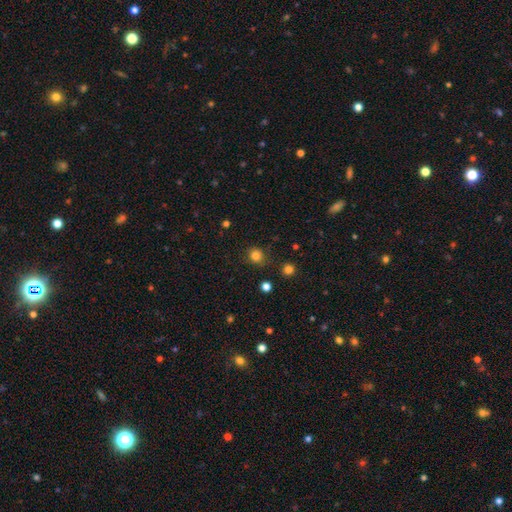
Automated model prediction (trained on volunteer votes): Smooth or featured? Predicted: smooth (p=0.82). How rounded? Predicted: round (p=0.83). Merging? Predicted: none (p=0.79).